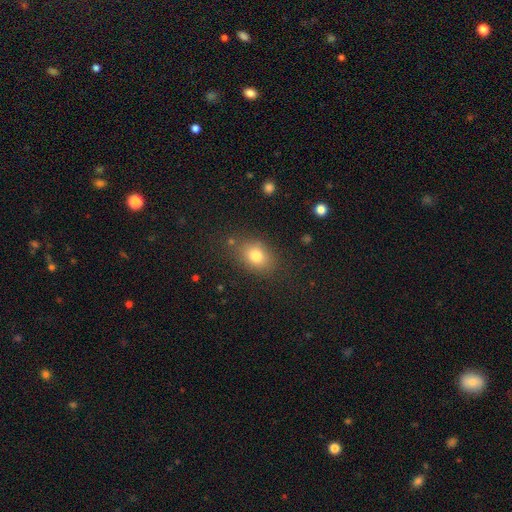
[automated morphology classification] smooth 79%, star or artifact 11%, featured or disk 10%. Down the decision tree: how rounded — in between (73%); merging — none (78%).